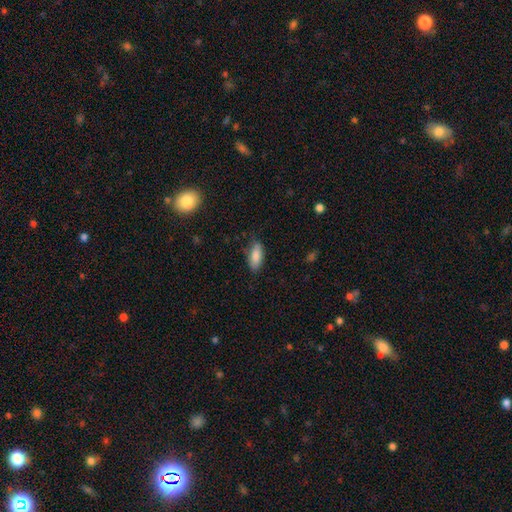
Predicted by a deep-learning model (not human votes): The model was most divided on "merging": none: 74%, minor disturbance: 21%, major disturbance: 4%, merger: 1%. More confident: smooth or featured — smooth (86%); how rounded — in between (83%).